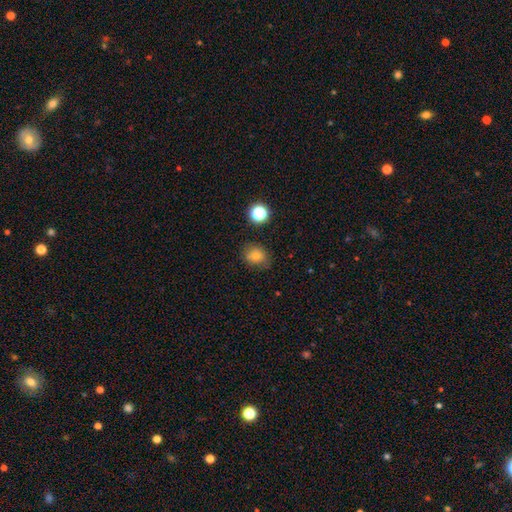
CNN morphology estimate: Smooth or featured: smooth — 76% (star or artifact — 14%)
How rounded: round — 58% (in between — 41%)
Merging: none — 76% (minor disturbance — 17%)